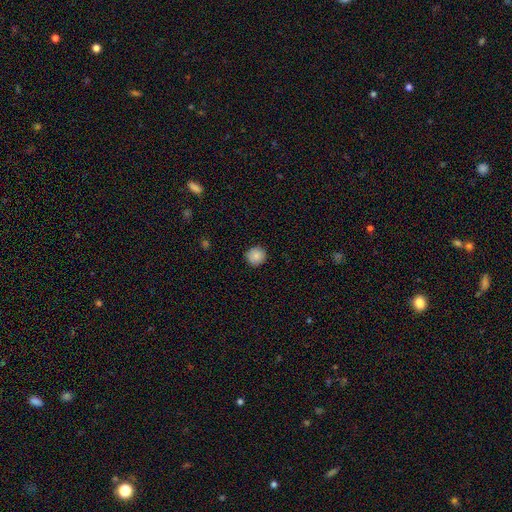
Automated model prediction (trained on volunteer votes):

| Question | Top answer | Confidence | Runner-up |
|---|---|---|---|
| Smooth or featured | smooth | 86% | star or artifact (9%) |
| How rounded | round | 93% | in between (6%) |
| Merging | none | 90% | minor disturbance (7%) |